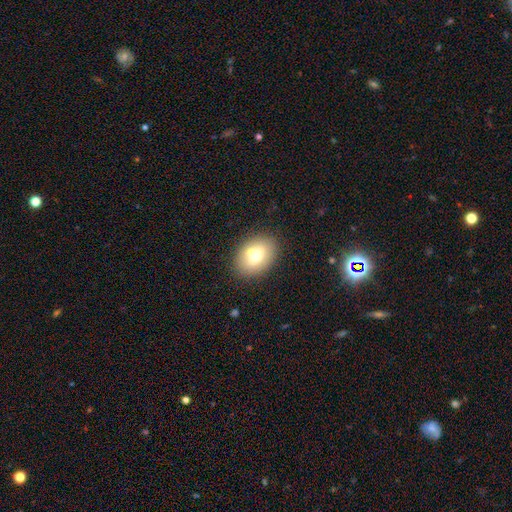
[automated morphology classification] Smooth or featured: smooth — 67% (featured or disk — 24%)
How rounded: in between — 72% (round — 26%)
Merging: none — 73% (minor disturbance — 12%)